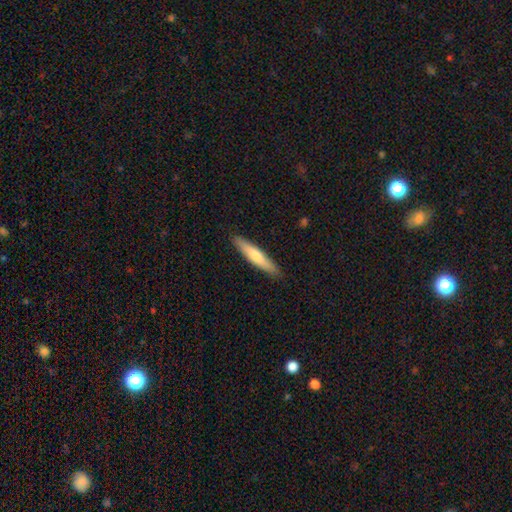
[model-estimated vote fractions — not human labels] This is likely a smooth galaxy (67%). How rounded: clearly cigar-shaped (90%). Merging: clearly none (89%).